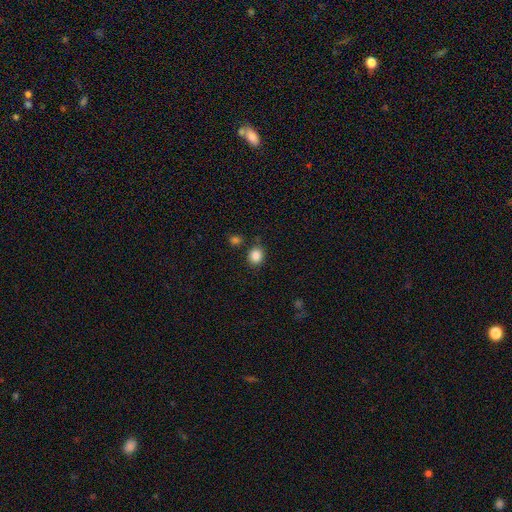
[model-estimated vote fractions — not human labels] A smooth galaxy with no disk features (86%) that is round (73%). Merging: none (81%).